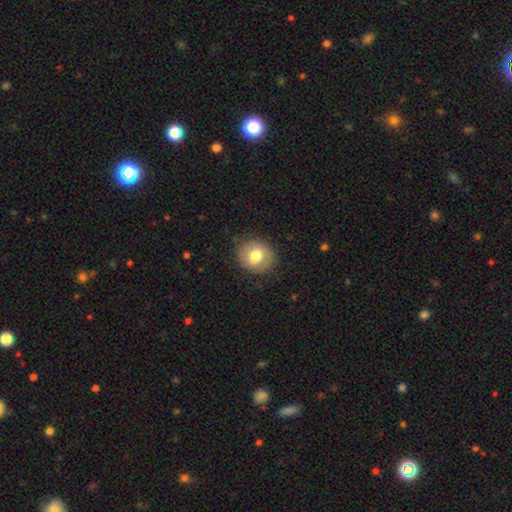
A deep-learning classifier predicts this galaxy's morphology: Smooth or featured?
  - smooth: 64% *
  - featured or disk: 29%
  - star or artifact: 7%
How rounded?
  - round: 69% *
  - in between: 30%
  - cigar-shaped: 1%
Merging?
  - none: 79% *
  - minor disturbance: 15%
  - major disturbance: 5%
  - merger: 1%